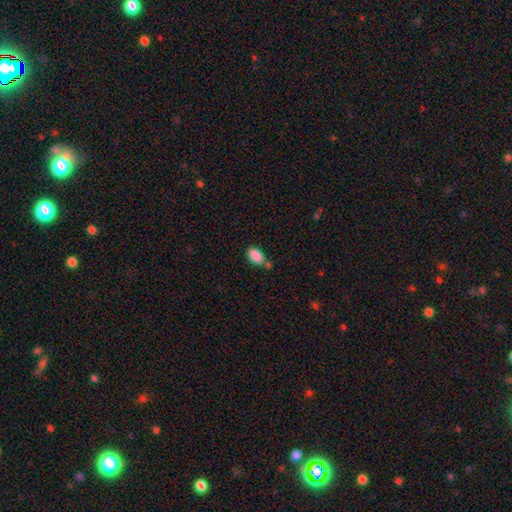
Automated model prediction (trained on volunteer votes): A smooth galaxy with no disk features (88%) that is in between round and cigar-shaped (91%).

Vote fractions:
- Smooth or featured? smooth: 88% / star or artifact: 8% / featured or disk: 4%
- How rounded? in between: 91% / round: 7% / cigar-shaped: 2%
- Merging? none: 63% / minor disturbance: 17% / merger: 16% / major disturbance: 4%